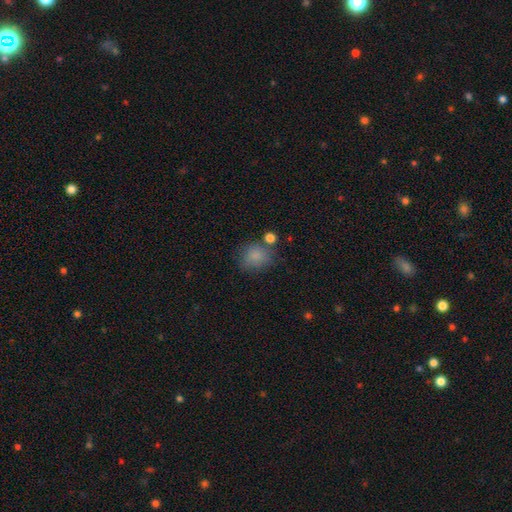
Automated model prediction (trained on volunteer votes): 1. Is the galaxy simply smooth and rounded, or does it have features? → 81% smooth, 12% star or artifact, 7% featured or disk.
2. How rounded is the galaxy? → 65% round, 34% in between, 1% cigar-shaped.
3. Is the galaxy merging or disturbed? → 64% none, 18% minor disturbance, 11% merger, 7% major disturbance.